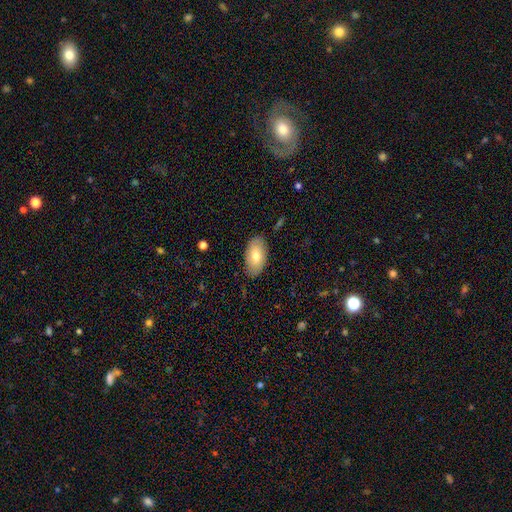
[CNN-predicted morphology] This appears to be a smooth galaxy with no disk features (73%) that is in between round and cigar-shaped (95%). Merging: none (84%).